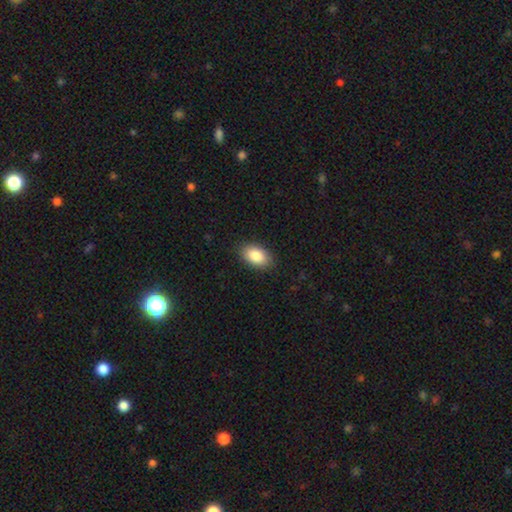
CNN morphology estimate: Smooth or featured? Predicted: smooth (p=0.86). How rounded? Predicted: in between (p=0.92). Merging? Predicted: none (p=0.88).